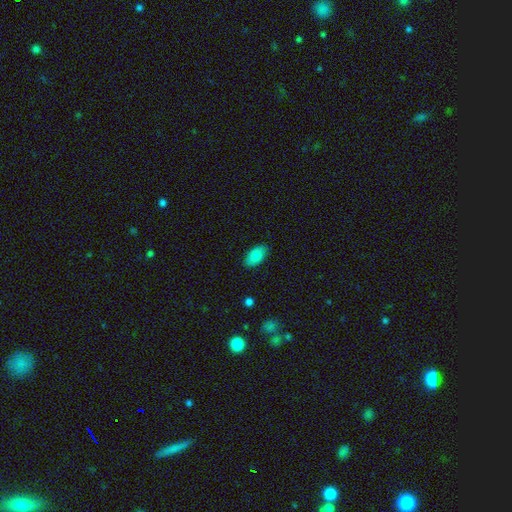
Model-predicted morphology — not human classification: Smooth or featured? smooth (86%)
How rounded? in between (94%)
Merging? none (86%)